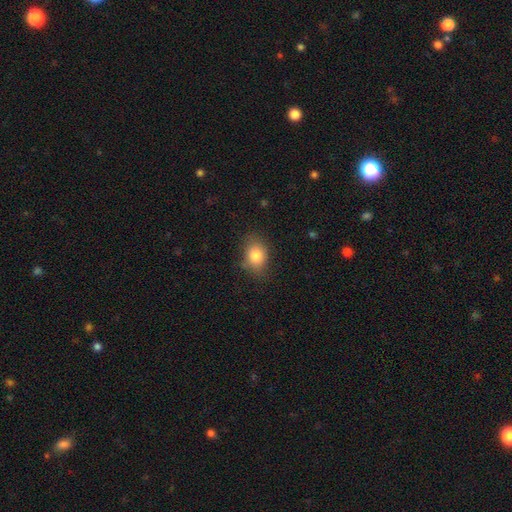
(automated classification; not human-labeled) smooth_or_featured: smooth (p=0.82) [alt: star or artifact p=0.09]
how_rounded: in between (p=0.66) [alt: round p=0.33]
merging: none (p=0.75) [alt: minor disturbance p=0.19]